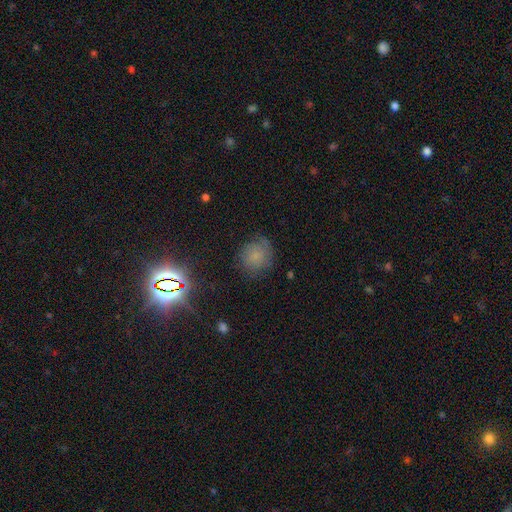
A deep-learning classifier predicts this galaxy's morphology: Smooth or featured? Predicted: smooth (p=0.63). How rounded? Predicted: round (p=0.81). Merging? Predicted: none (p=0.73).